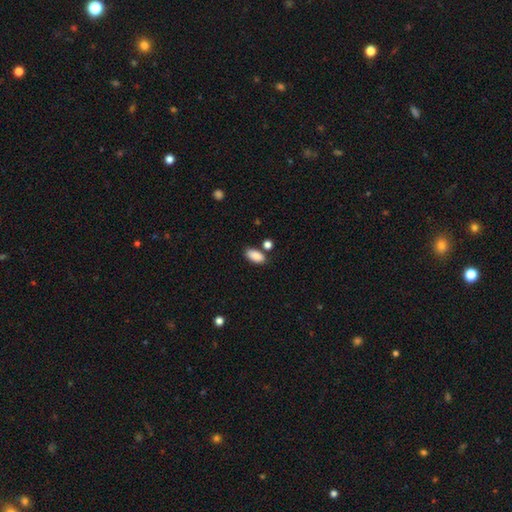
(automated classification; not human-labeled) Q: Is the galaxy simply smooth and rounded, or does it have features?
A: smooth — 89%.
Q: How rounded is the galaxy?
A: in between — 92%.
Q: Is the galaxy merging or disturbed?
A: none — 76%.